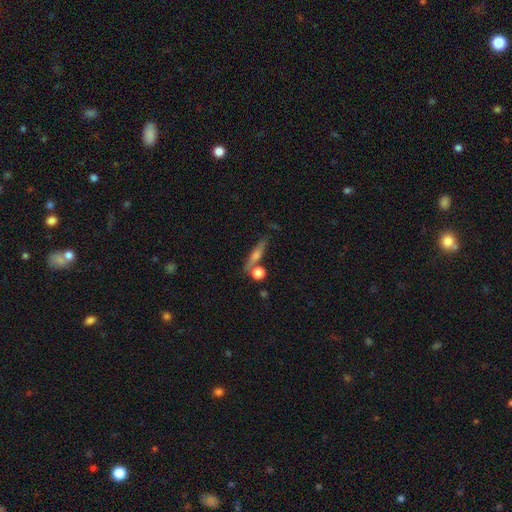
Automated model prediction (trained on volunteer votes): smooth-or-featured: featured or disk: 50% | smooth: 39% | star or artifact: 12%
  merging: none: 71% | minor disturbance: 12% | merger: 12% | major disturbance: 5%